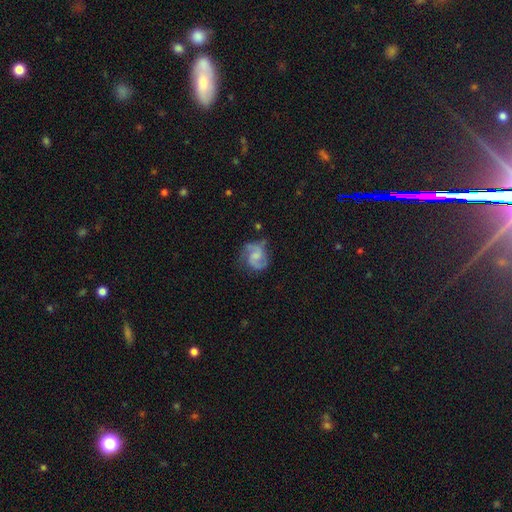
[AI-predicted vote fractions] A featured or disk galaxy (78%) with no bar (47%), 2 (88%) medium (53%) spiral arms (95%) and a small central bulge (37%). Merging: none (66%).